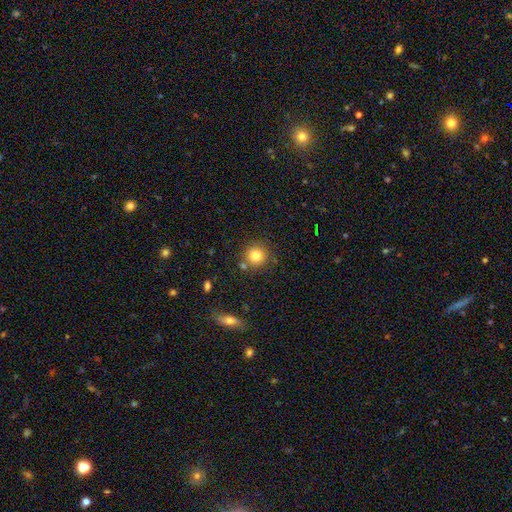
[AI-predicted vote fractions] Smooth or featured? Predicted: smooth (p=0.80). How rounded? Predicted: round (p=0.93). Merging? Predicted: none (p=0.78).